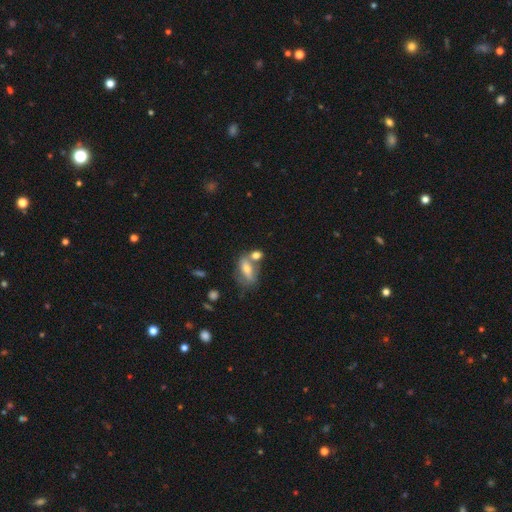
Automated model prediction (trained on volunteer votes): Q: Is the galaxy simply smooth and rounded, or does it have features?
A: smooth — 67%.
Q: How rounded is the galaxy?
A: in between — 63%.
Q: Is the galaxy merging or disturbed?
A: none — 42%.